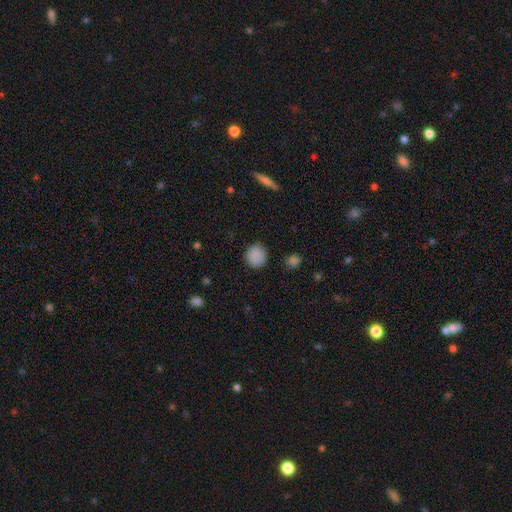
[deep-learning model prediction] Smooth or featured?
  - smooth: 87% *
  - star or artifact: 10%
  - featured or disk: 4%
How rounded?
  - round: 88% *
  - in between: 11%
  - cigar-shaped: 1%
Merging?
  - none: 88% *
  - minor disturbance: 8%
  - major disturbance: 3%
  - merger: 1%